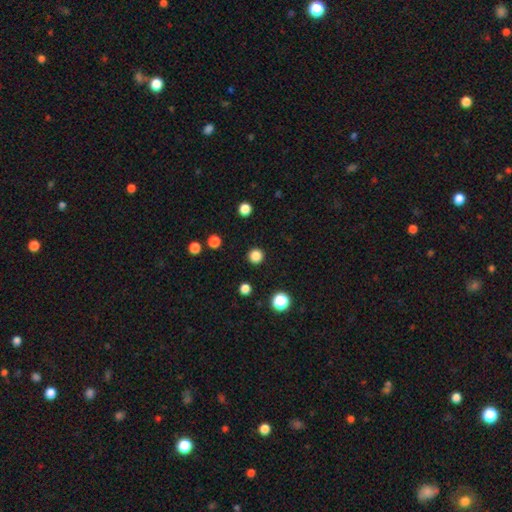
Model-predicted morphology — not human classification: Smooth or featured? Predicted: smooth (p=0.84). How rounded? Predicted: round (p=0.96). Merging? Predicted: none (p=0.92).